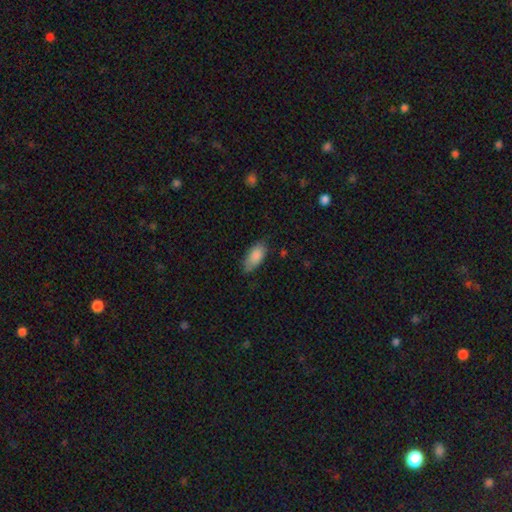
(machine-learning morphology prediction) smooth-or-featured: smooth: 86% | featured or disk: 7% | star or artifact: 6%
  how-rounded: in between: 89% | cigar-shaped: 9% | round: 2%
  merging: none: 70% | minor disturbance: 24% | major disturbance: 4% | merger: 2%